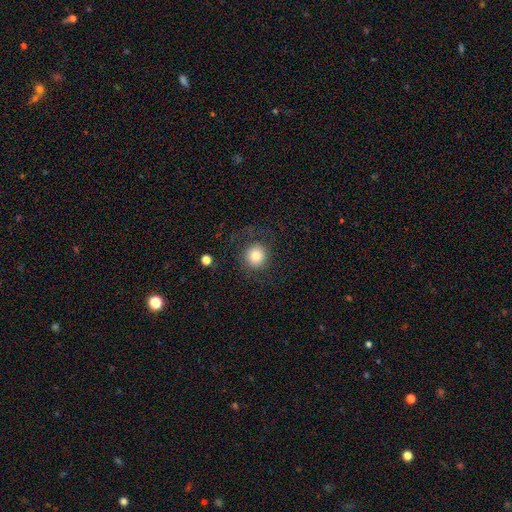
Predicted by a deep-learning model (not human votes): Morphology: type=smooth (79%); roundness=round (91%); merging=none (72%).